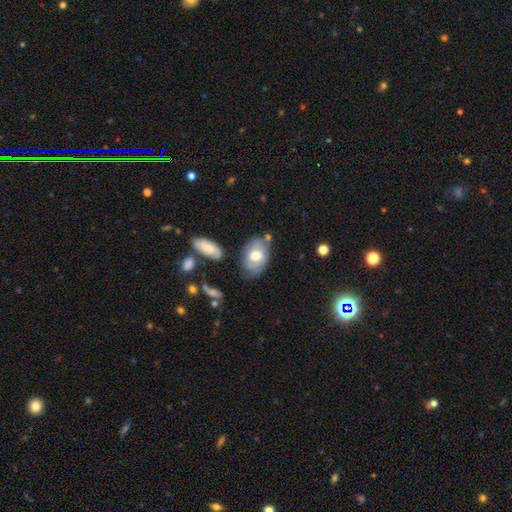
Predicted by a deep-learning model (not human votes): This is possibly a smooth galaxy (55%). How rounded: clearly in between (86%). Merging: possibly none (55%).